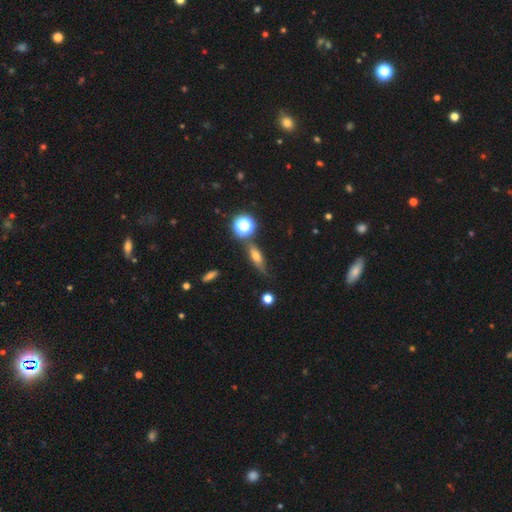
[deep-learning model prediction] smooth_or_featured: smooth (p=0.54) [alt: featured or disk p=0.29]
how_rounded: in between (p=0.48) [alt: cigar-shaped p=0.39]
merging: none (p=0.59) [alt: minor disturbance p=0.24]